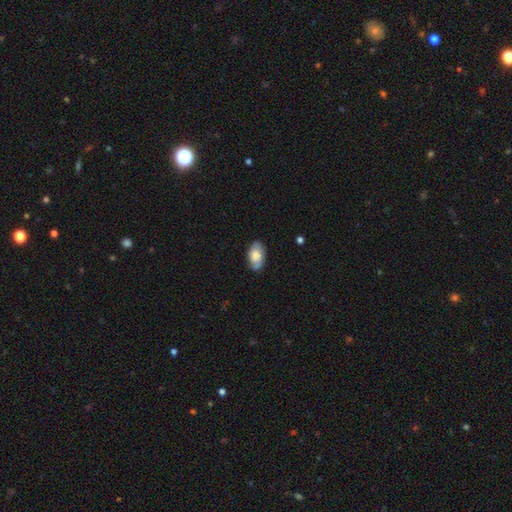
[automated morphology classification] Q: Smooth or featured?
A: smooth (70%); runner-up: featured or disk (23%)
Q: How rounded?
A: in between (93%); runner-up: round (5%)
Q: Merging?
A: none (72%); runner-up: minor disturbance (21%)